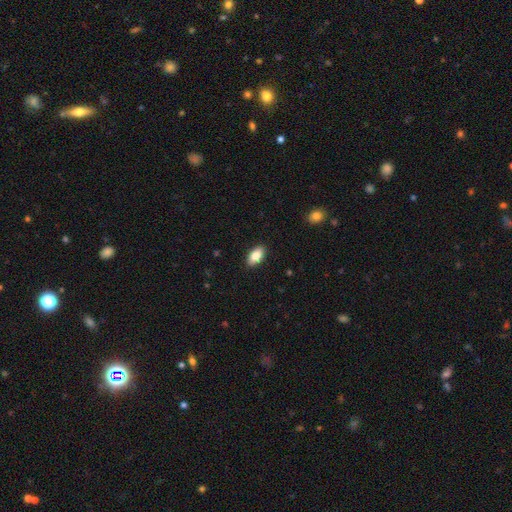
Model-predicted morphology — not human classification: This is clearly a smooth galaxy (84%). How rounded: clearly in between (93%). Merging: clearly none (90%).